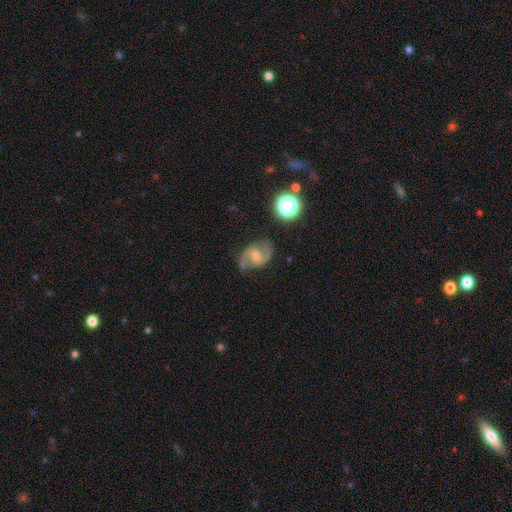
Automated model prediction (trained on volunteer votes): A featured or disk galaxy (86%) with a weak bar (52%), 2 (93%) medium (52%) spiral arms (96%) and a small central bulge (48%).

Vote fractions:
- Smooth or featured? featured or disk: 86% / star or artifact: 7% / smooth: 7%
- Edge-on disk? no: 98% / yes: 2%
- Bar? weak: 52% / no: 29% / strong: 20%
- Spiral arms? yes: 96% / no: 4%
- Spiral winding? medium: 52% / loose: 37% / tight: 11%
- Spiral arm count? 2: 93% / can't tell: 2% / 1: 1% / 3: 1% / 4: 1% / more than 4: 1%
- Bulge size? small: 48% / moderate: 45% / none: 4% / large: 2% / dominant: 1%
- Merging? none: 77% / minor disturbance: 15% / major disturbance: 5% / merger: 2%